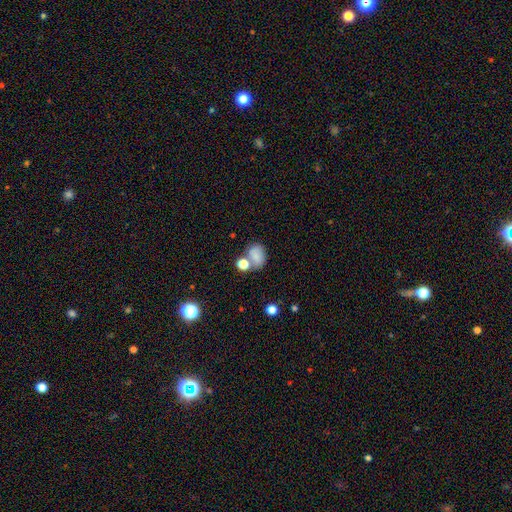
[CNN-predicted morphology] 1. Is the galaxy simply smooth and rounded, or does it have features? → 78% smooth, 11% star or artifact, 11% featured or disk.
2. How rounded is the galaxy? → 62% in between, 37% round, 1% cigar-shaped.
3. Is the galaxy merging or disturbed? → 46% none, 31% merger, 16% minor disturbance, 7% major disturbance.